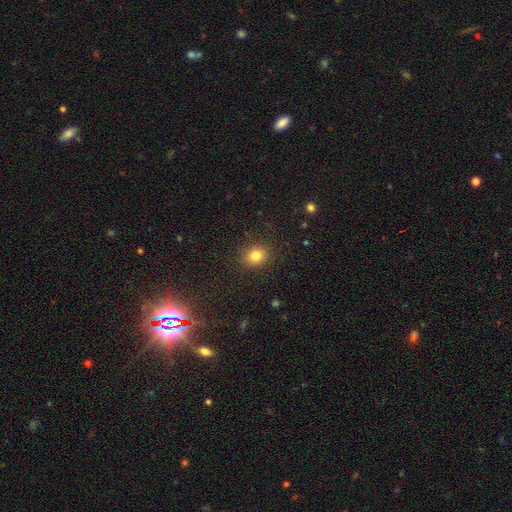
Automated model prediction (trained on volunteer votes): Q: Smooth or featured?
A: smooth (82%); runner-up: star or artifact (12%)
Q: How rounded?
A: round (67%); runner-up: in between (32%)
Q: Merging?
A: none (88%); runner-up: minor disturbance (8%)